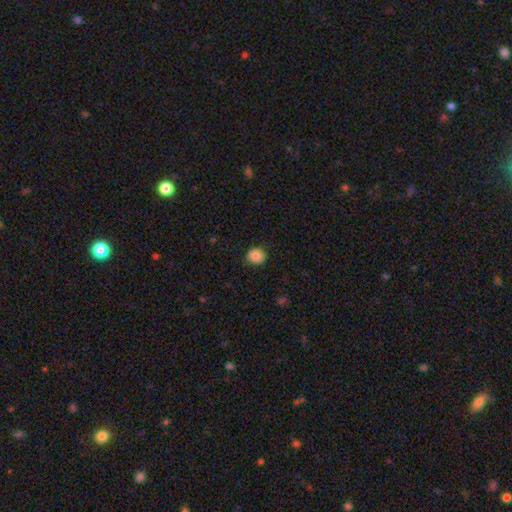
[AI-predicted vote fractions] This appears to be a smooth galaxy with no disk features (84%) that is round (83%). Merging: none (84%).